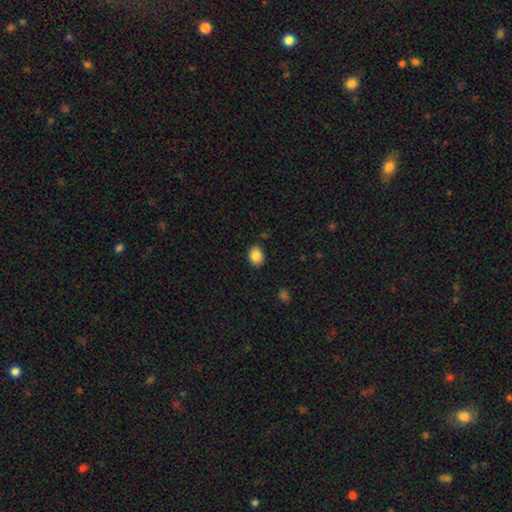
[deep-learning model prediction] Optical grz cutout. It shows a smooth galaxy with no disk features (86%) that is in between round and cigar-shaped (50%). Merging: none (86%).